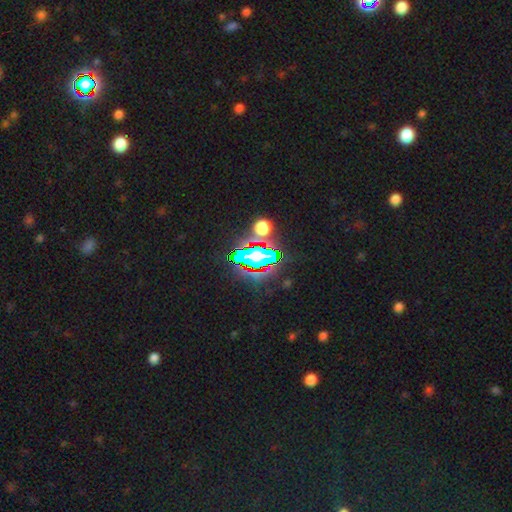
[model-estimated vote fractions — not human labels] Smooth or featured? star or artifact (66%)